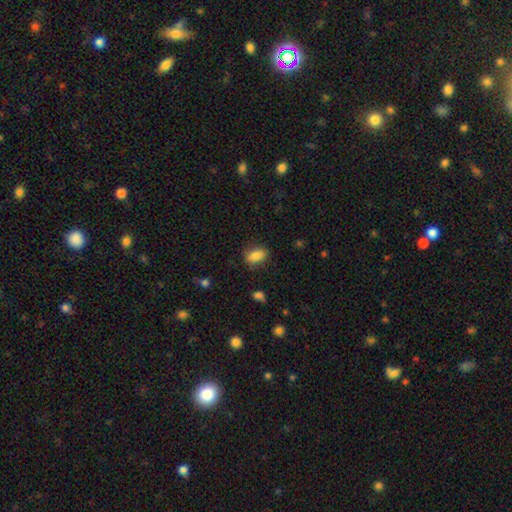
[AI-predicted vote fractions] Overall: smooth (85%). How rounded: in between (87%). Merging: none (82%).